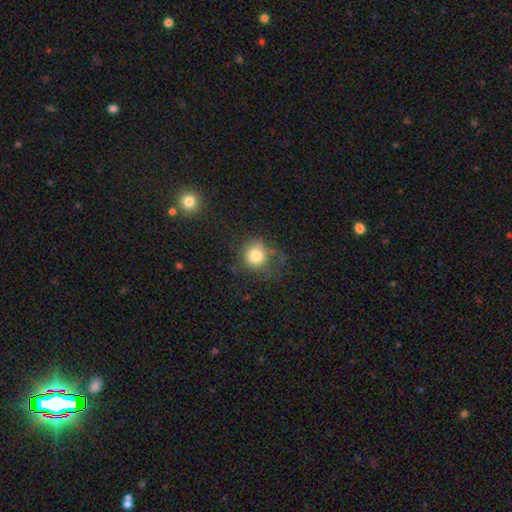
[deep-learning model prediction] This appears to be a smooth galaxy with no disk features (80%) that is round (89%). Merging: none (64%).